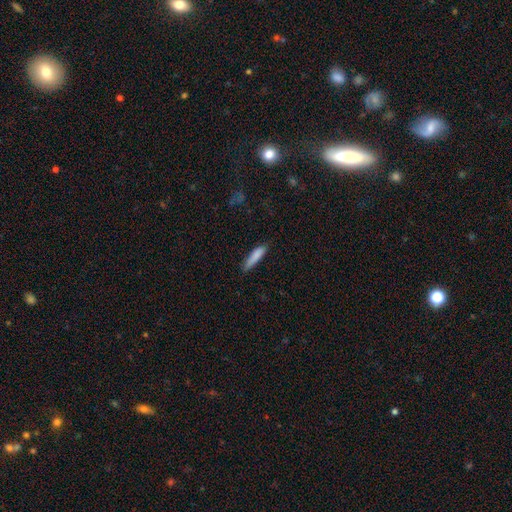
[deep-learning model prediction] smooth-or-featured: smooth: 84% | featured or disk: 10% | star or artifact: 6%
  how-rounded: cigar-shaped: 80% | in between: 18% | round: 1%
  merging: none: 78% | minor disturbance: 18% | major disturbance: 3% | merger: 1%